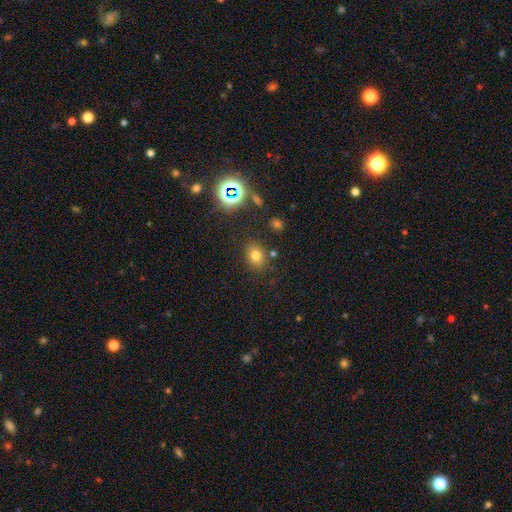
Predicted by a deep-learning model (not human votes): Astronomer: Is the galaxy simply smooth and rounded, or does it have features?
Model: smooth — 72%.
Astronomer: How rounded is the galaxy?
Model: round — 51% (runner-up: in between, 48%).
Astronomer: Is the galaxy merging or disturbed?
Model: none — 81%.